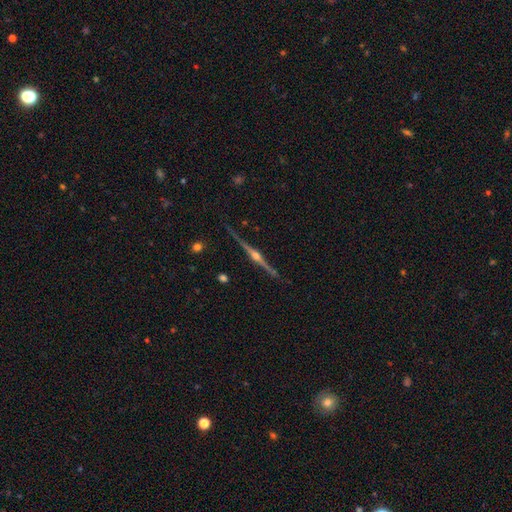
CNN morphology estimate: Overall: featured or disk (88%). Edge-on disk: yes (98%). Edge-on bulge: rounded (95%). Merging: none (87%).